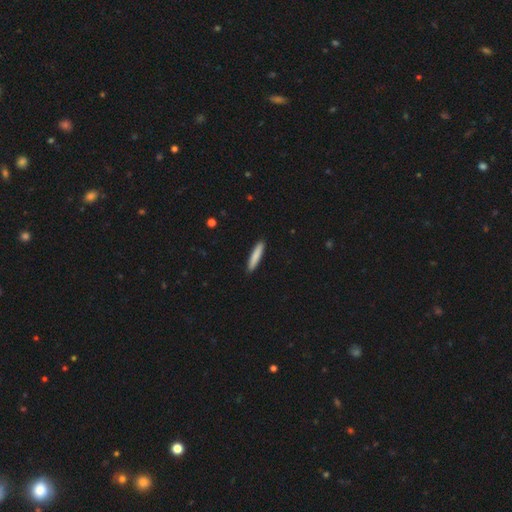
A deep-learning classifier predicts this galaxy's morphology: This appears to be a smooth galaxy with no disk features (84%) that is cigar-shaped (90%). Merging: none (91%).